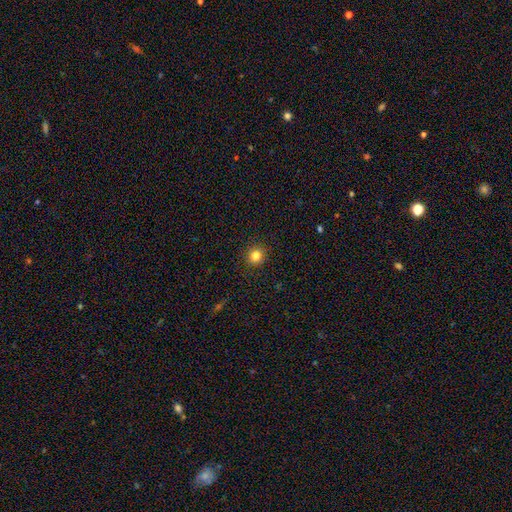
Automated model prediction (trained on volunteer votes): smooth 82%, star or artifact 12%, featured or disk 6%. Down the decision tree: how rounded — round (84%); merging — none (91%).